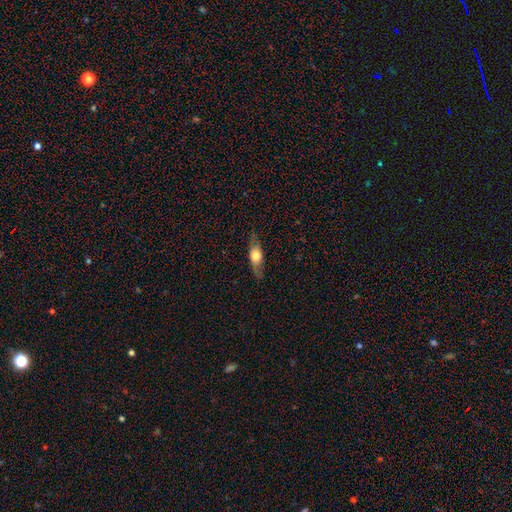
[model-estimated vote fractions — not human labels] A smooth galaxy with no disk features (48%).

Vote fractions:
- Smooth or featured? smooth: 48% / featured or disk: 46% / star or artifact: 6%
- Merging? none: 81% / minor disturbance: 14% / major disturbance: 4% / merger: 1%